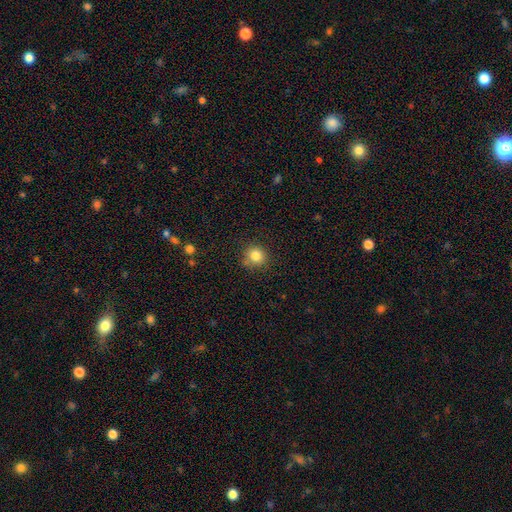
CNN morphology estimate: Smooth or featured: smooth — 82% (star or artifact — 11%)
How rounded: round — 88% (in between — 11%)
Merging: none — 78% (minor disturbance — 14%)